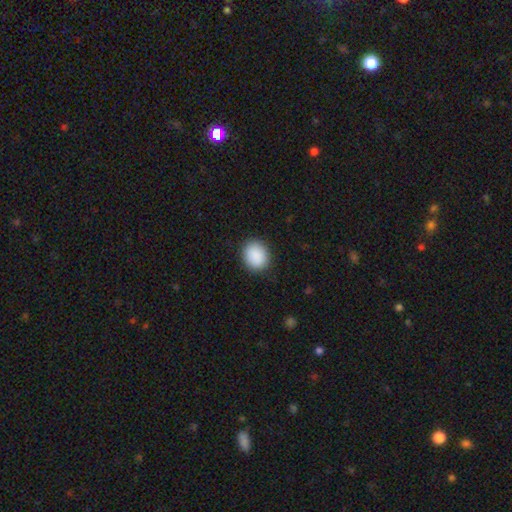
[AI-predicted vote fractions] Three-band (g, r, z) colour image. It shows a smooth galaxy with no disk features (90%) that is round (58%). Merging: none (89%).